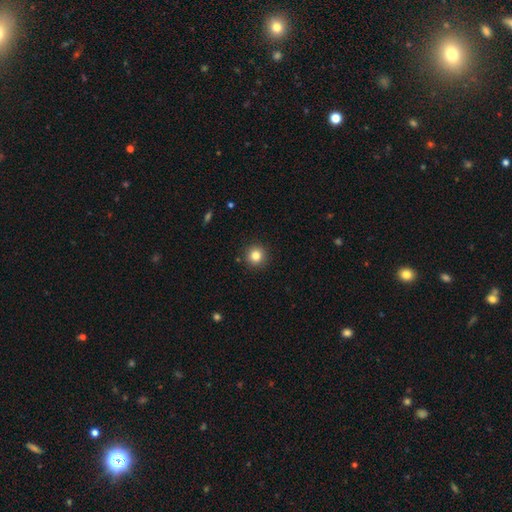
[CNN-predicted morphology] A smooth galaxy with no disk features (83%) that is round (95%).

Vote fractions:
- Smooth or featured? smooth: 83% / star or artifact: 11% / featured or disk: 6%
- How rounded? round: 95% / in between: 4% / cigar-shaped: 1%
- Merging? none: 92% / minor disturbance: 5% / major disturbance: 2% / merger: 1%